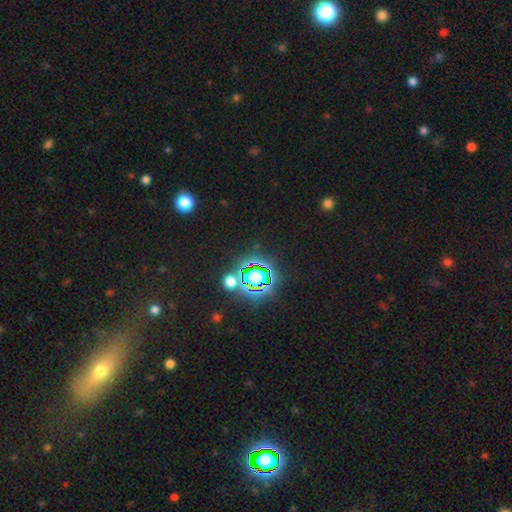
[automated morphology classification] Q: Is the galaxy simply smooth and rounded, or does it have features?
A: star or artifact — 77%.